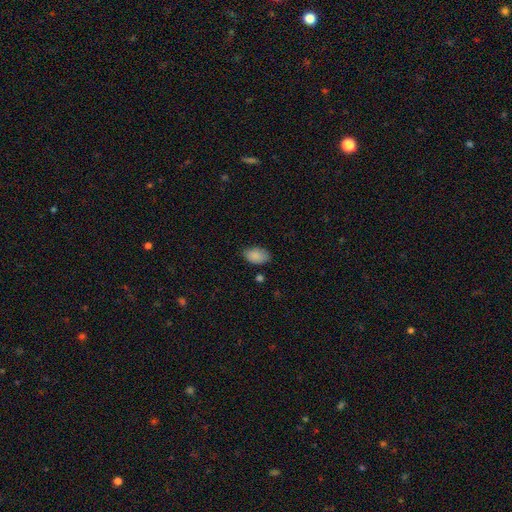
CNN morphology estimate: smooth-or-featured: smooth: 88% | star or artifact: 8% | featured or disk: 5%
  how-rounded: in between: 91% | round: 8% | cigar-shaped: 1%
  merging: none: 79% | minor disturbance: 16% | major disturbance: 3% | merger: 2%